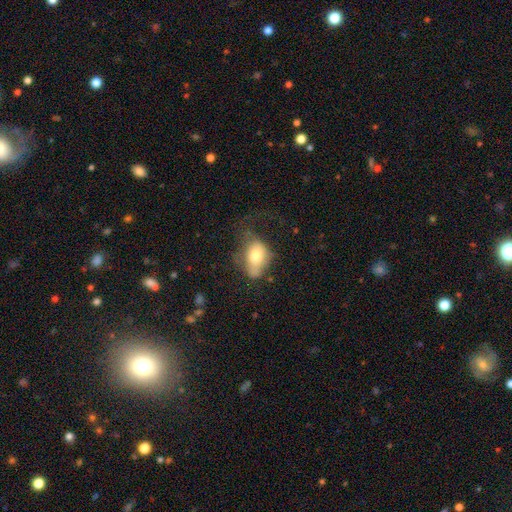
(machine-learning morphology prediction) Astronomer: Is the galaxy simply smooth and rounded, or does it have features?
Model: smooth — 70%.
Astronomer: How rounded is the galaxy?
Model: in between — 83%.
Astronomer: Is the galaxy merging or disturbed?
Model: none — 33% (runner-up: major disturbance, 32%).